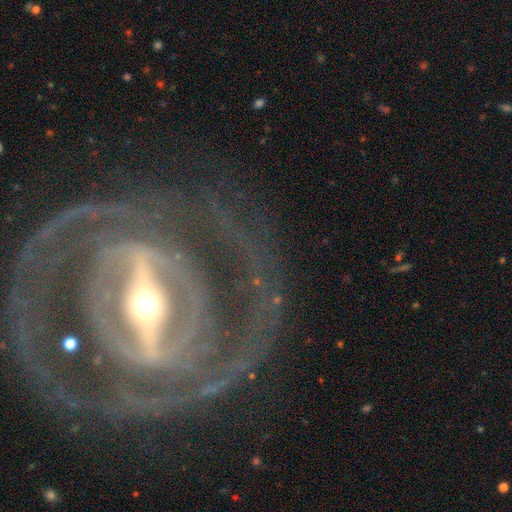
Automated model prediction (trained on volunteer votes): Smooth or featured?
  - featured or disk: 89% *
  - smooth: 6%
  - star or artifact: 5%
Edge-on disk?
  - no: 91% *
  - yes: 9%
Bar?
  - strong: 82% *
  - weak: 13%
  - no: 6%
Spiral arms?
  - yes: 81% *
  - no: 19%
Spiral winding?
  - tight: 60% *
  - medium: 30%
  - loose: 10%
Spiral arm count?
  - 2: 48% *
  - can't tell: 23%
  - 3: 11%
  - 4: 6%
  - 1: 6%
  - more than 4: 5%
Bulge size?
  - moderate: 49% *
  - small: 42%
  - large: 6%
  - dominant: 1%
  - none: 1%
Merging?
  - none: 73% *
  - major disturbance: 13%
  - minor disturbance: 12%
  - merger: 2%